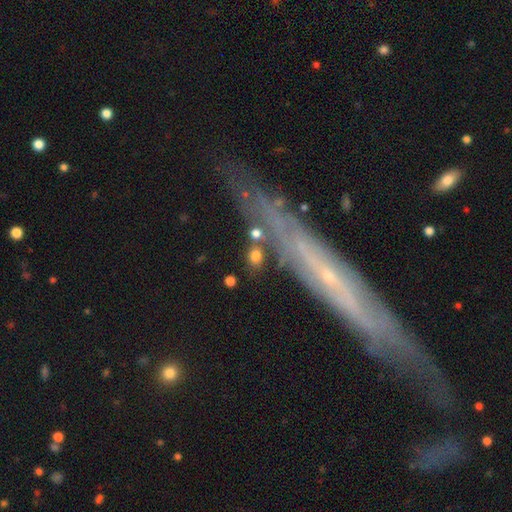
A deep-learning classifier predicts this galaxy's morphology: smooth 77%, featured or disk 11%, star or artifact 11%. Down the decision tree: how rounded — round (47%, tied with in between); merging — none (76%).